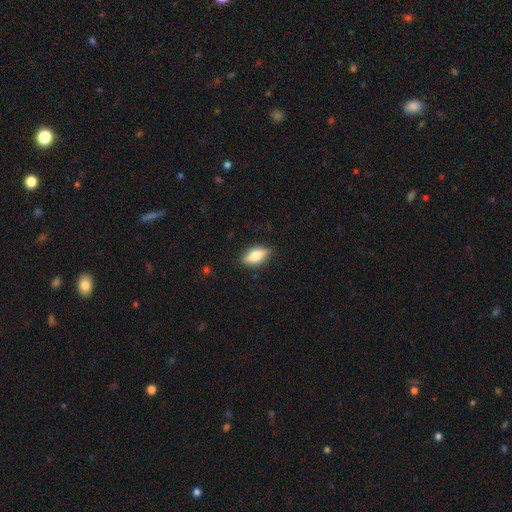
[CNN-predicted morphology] Smooth or featured: smooth — 58% (featured or disk — 35%)
How rounded: in between — 74% (cigar-shaped — 22%)
Merging: none — 85% (minor disturbance — 11%)